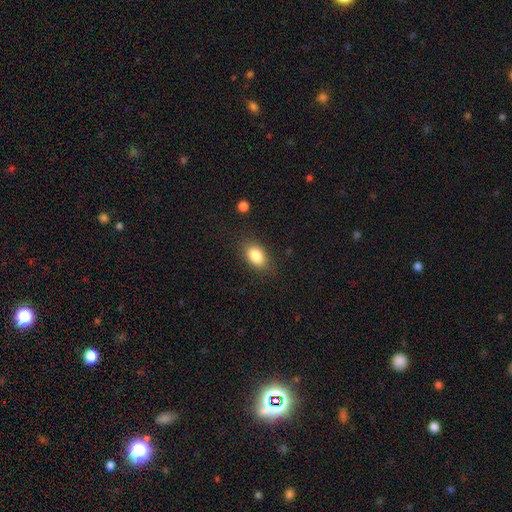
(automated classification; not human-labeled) The model was most divided on "merging": none: 81%, minor disturbance: 13%, major disturbance: 4%, merger: 2%. More confident: how rounded — in between (87%); smooth or featured — smooth (85%).